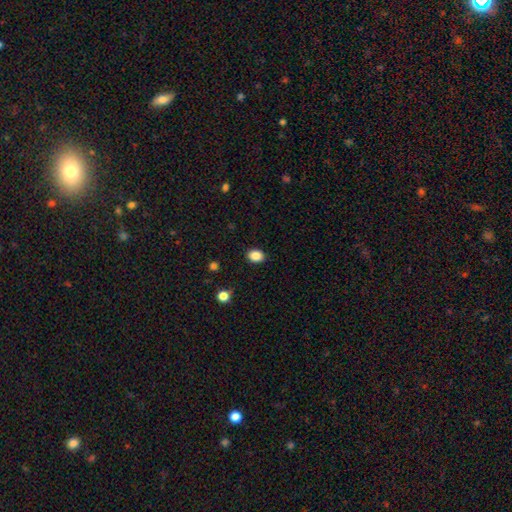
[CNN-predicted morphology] A smooth galaxy with no disk features (87%) that is in between round and cigar-shaped (59%).

Vote fractions:
- Smooth or featured? smooth: 87% / star or artifact: 10% / featured or disk: 4%
- How rounded? in between: 59% / round: 41% / cigar-shaped: 1%
- Merging? none: 89% / minor disturbance: 8% / major disturbance: 2% / merger: 1%